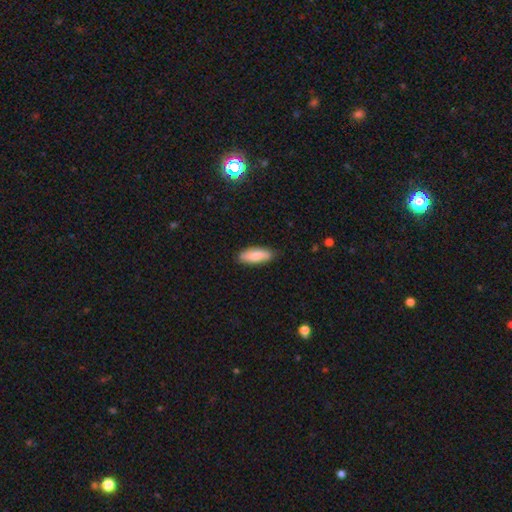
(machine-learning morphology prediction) Smooth or featured?
  - smooth: 83% *
  - featured or disk: 11%
  - star or artifact: 5%
How rounded?
  - in between: 67% *
  - cigar-shaped: 31%
  - round: 2%
Merging?
  - none: 86% *
  - minor disturbance: 11%
  - major disturbance: 2%
  - merger: 1%